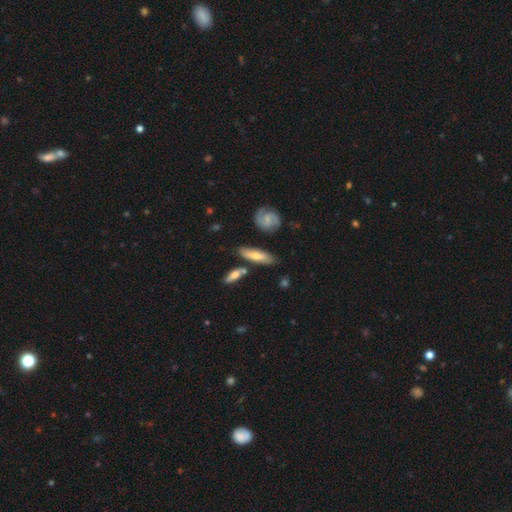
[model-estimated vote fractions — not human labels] Morphology: type=smooth (51%); roundness=cigar-shaped (57%); merging=none (73%).